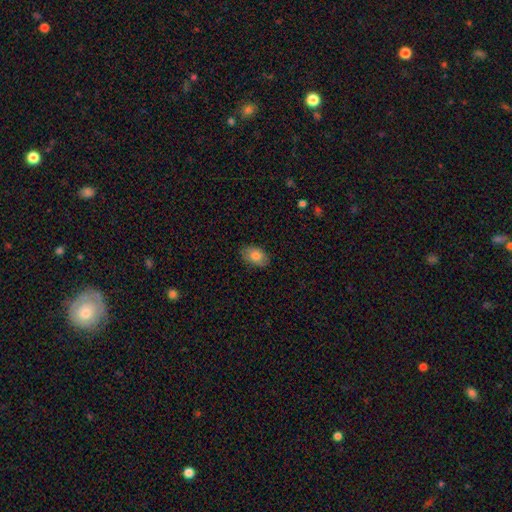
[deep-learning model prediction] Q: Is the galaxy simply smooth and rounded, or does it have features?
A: smooth — 80%.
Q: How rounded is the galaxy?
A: in between — 88%.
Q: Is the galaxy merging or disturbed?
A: none — 83%.